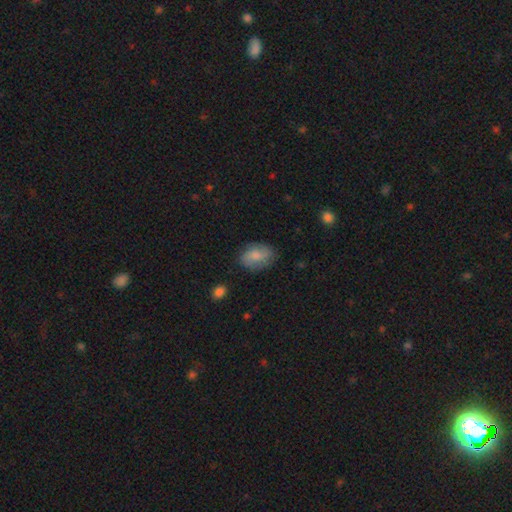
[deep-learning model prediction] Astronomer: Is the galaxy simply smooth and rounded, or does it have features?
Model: smooth — 59%.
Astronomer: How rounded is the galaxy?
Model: in between — 77%.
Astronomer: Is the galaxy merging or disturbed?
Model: none — 74%.